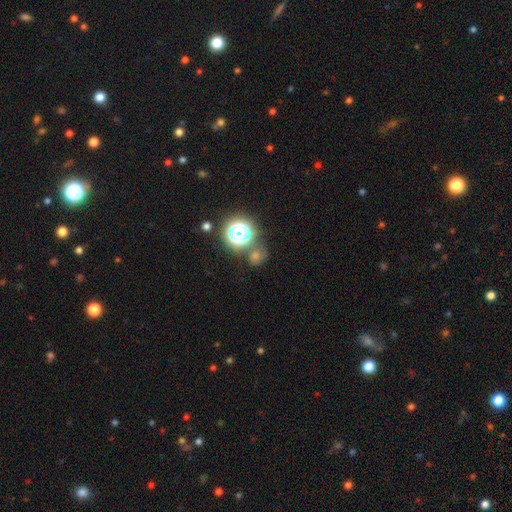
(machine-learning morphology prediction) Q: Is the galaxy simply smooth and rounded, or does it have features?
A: star or artifact — 51%.